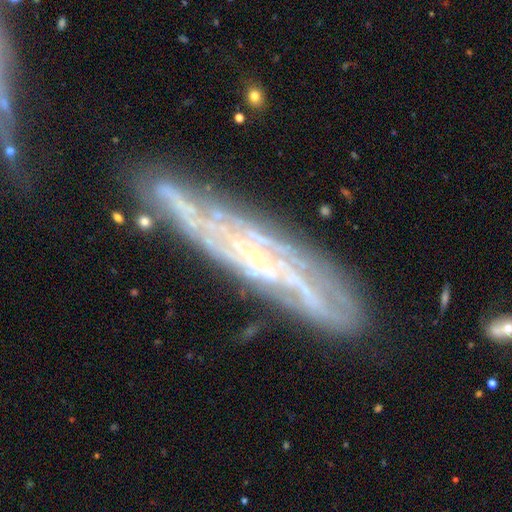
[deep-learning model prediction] Smooth or featured? Predicted: featured or disk (p=0.81). Edge-on disk? Predicted: no (p=0.60). Merging? Predicted: none (p=0.67).